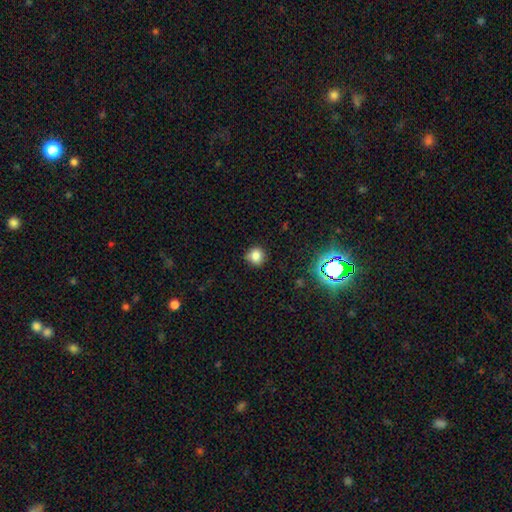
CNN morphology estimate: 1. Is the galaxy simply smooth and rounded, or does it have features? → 79% smooth, 15% star or artifact, 6% featured or disk.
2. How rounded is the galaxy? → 88% round, 11% in between, 1% cigar-shaped.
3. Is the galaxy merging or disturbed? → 77% none, 17% minor disturbance, 3% major disturbance, 2% merger.